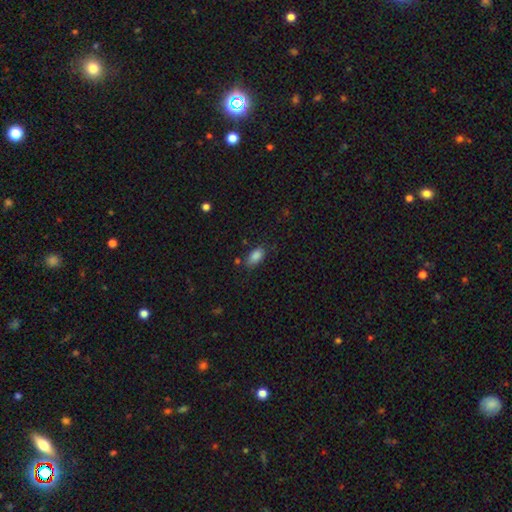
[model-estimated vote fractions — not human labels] Q: Smooth or featured?
A: smooth (87%); runner-up: star or artifact (8%)
Q: How rounded?
A: in between (91%); runner-up: cigar-shaped (5%)
Q: Merging?
A: none (74%); runner-up: minor disturbance (18%)